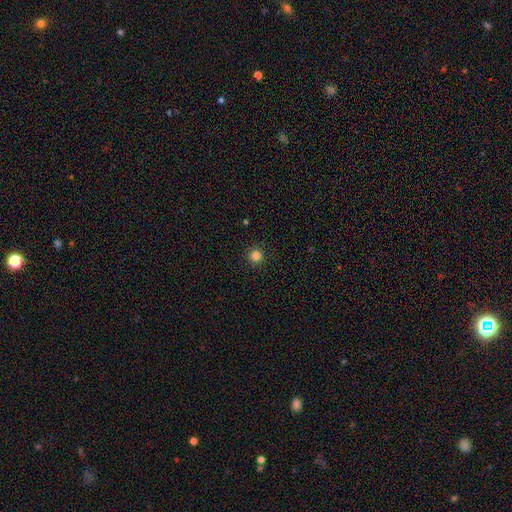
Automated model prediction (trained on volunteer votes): smooth-or-featured: smooth: 84% | star or artifact: 13% | featured or disk: 3%
  how-rounded: round: 95% | in between: 4% | cigar-shaped: 1%
  merging: none: 92% | minor disturbance: 5% | major disturbance: 2% | merger: 1%